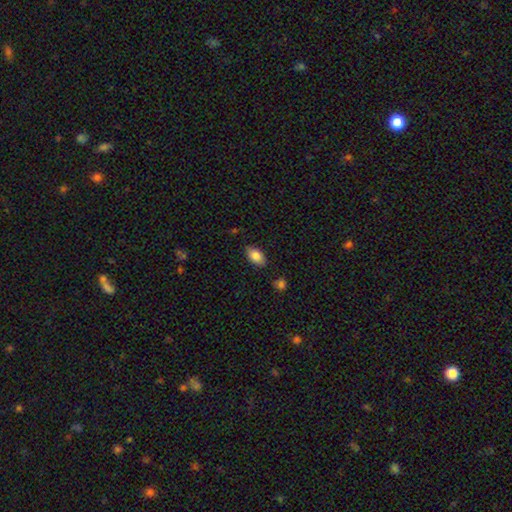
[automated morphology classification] Overall: smooth (83%). How rounded: in between (93%). Merging: none (83%).